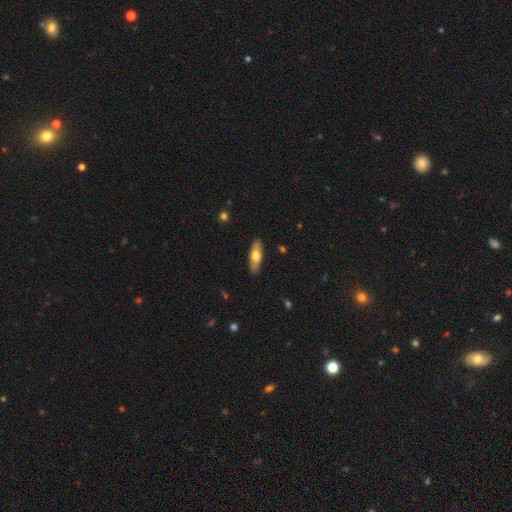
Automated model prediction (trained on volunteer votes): A smooth galaxy with no disk features (64%) that is in between round and cigar-shaped (57%). Merging: none (87%).